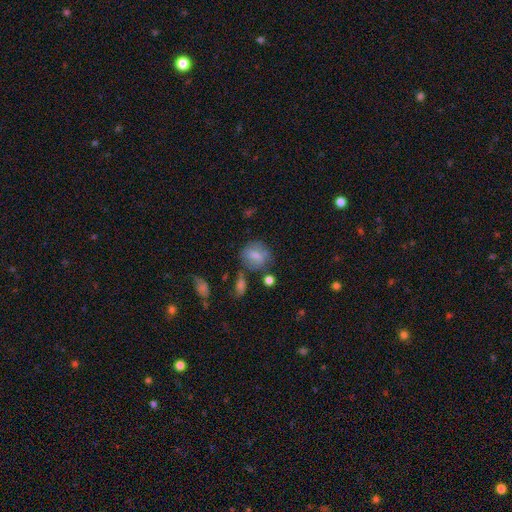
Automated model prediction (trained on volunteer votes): Smooth or featured? Predicted: smooth (p=0.70). How rounded? Predicted: round (p=0.61). Merging? Predicted: none (p=0.61).